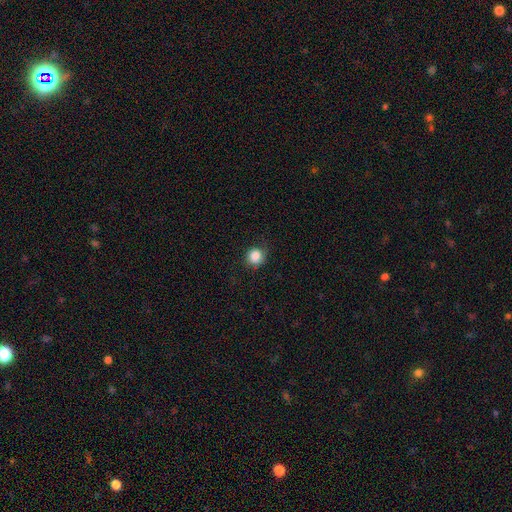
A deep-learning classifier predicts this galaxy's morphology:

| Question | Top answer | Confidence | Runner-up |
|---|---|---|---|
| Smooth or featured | smooth | 85% | star or artifact (9%) |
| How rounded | round | 86% | in between (13%) |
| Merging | none | 73% | minor disturbance (19%) |